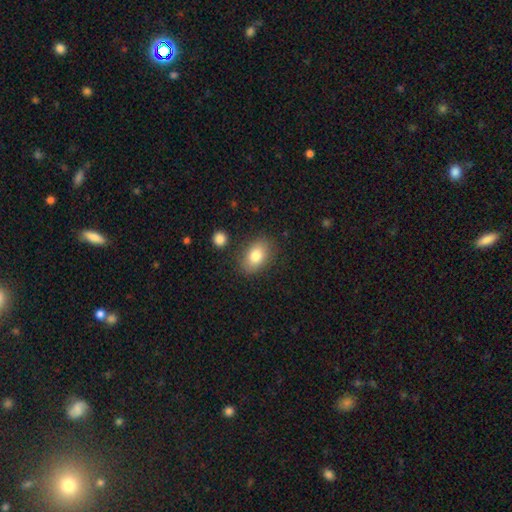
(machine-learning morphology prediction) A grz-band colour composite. It shows a smooth galaxy with no disk features (81%) that is in between round and cigar-shaped (85%). Merging: none (83%).